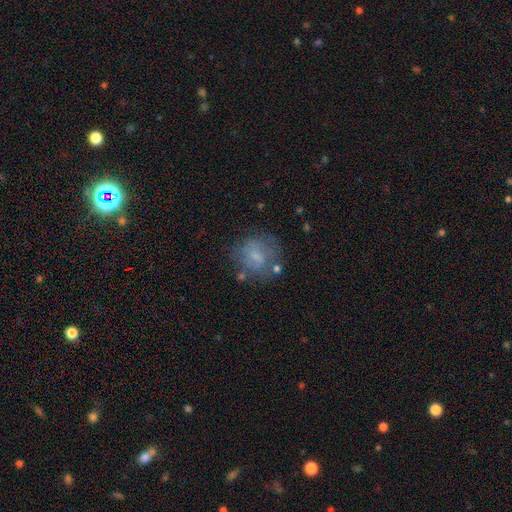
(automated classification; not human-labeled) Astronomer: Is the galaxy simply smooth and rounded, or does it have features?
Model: smooth — 63%.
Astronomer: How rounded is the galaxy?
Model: round — 76%.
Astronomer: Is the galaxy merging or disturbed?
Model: none — 61%.